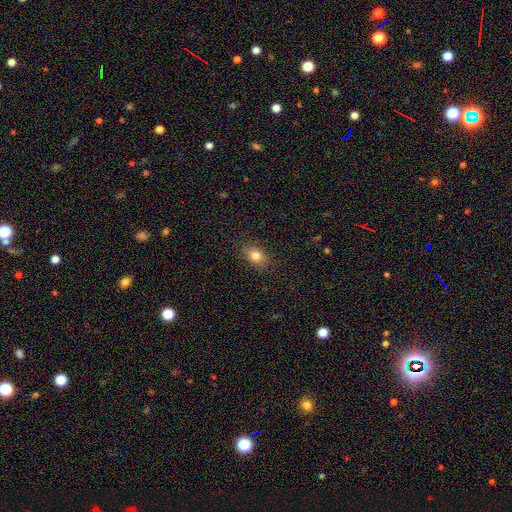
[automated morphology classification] The model was most divided on "how rounded": in between: 72%, round: 27%, cigar-shaped: 2%. More confident: merging — none (87%); smooth or featured — smooth (81%).